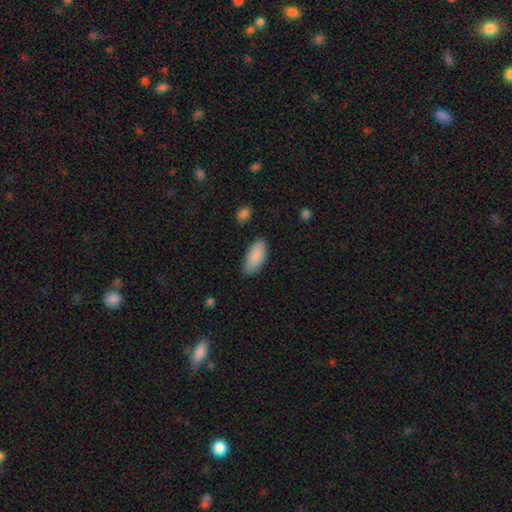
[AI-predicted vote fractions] A smooth galaxy with no disk features (89%) that is in between round and cigar-shaped (90%).

Vote fractions:
- Smooth or featured? smooth: 89% / star or artifact: 6% / featured or disk: 5%
- How rounded? in between: 90% / cigar-shaped: 8% / round: 2%
- Merging? none: 79% / minor disturbance: 16% / major disturbance: 3% / merger: 2%